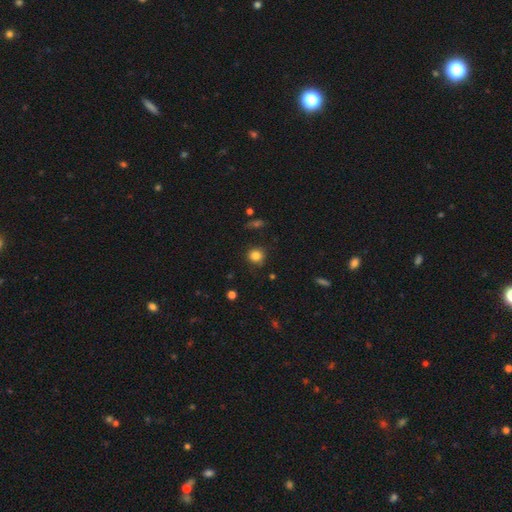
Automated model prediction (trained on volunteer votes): Smooth or featured? Predicted: smooth (p=0.82). How rounded? Predicted: round (p=0.89). Merging? Predicted: none (p=0.81).